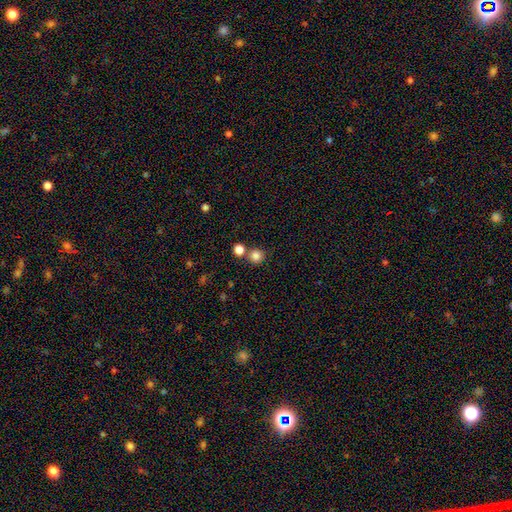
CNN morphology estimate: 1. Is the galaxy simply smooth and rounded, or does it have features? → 83% smooth, 13% star or artifact, 5% featured or disk.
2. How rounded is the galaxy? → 92% round, 7% in between, 1% cigar-shaped.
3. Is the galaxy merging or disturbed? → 73% none, 18% merger, 7% minor disturbance, 3% major disturbance.